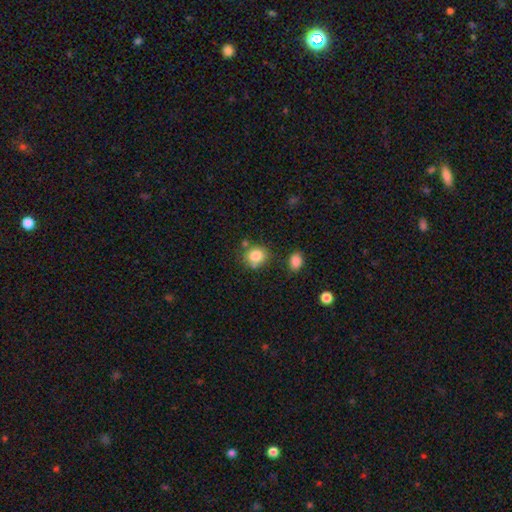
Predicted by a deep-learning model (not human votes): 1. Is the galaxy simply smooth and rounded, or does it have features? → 81% smooth, 10% star or artifact, 9% featured or disk.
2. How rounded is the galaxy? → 75% round, 24% in between, 1% cigar-shaped.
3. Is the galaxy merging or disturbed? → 67% none, 17% minor disturbance, 11% merger, 5% major disturbance.